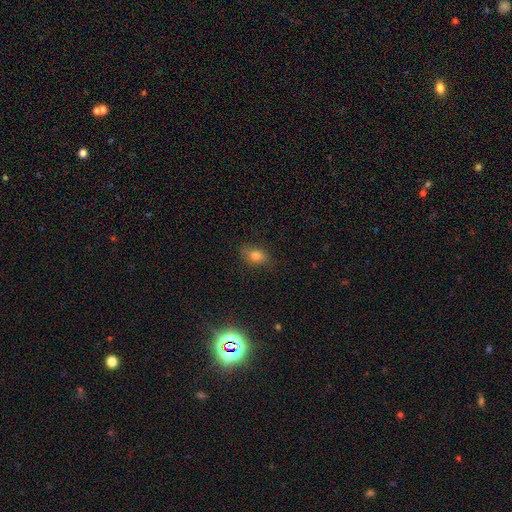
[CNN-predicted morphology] type=smooth (76%); roundness=in between (80%); merging=none (80%).